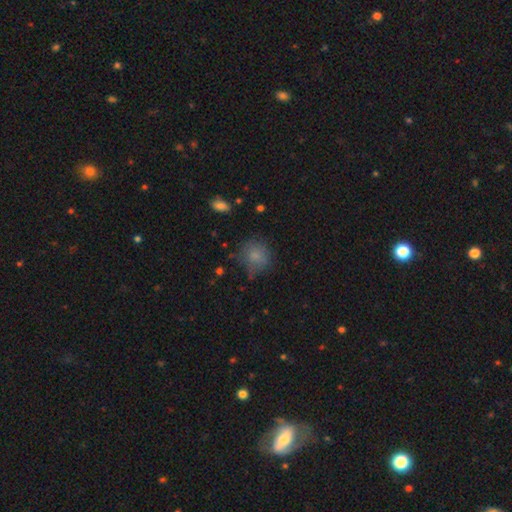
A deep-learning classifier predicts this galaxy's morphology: Q: Smooth or featured?
A: smooth (78%); runner-up: star or artifact (12%)
Q: How rounded?
A: round (81%); runner-up: in between (18%)
Q: Merging?
A: none (65%); runner-up: minor disturbance (23%)